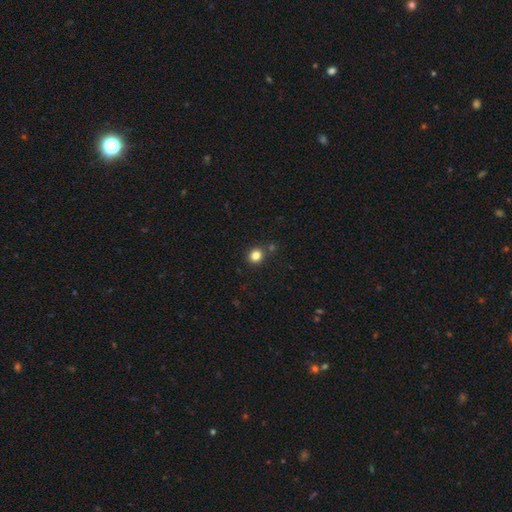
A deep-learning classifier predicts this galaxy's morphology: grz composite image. It shows a smooth galaxy with no disk features (82%) that is round (83%). Merging: none (81%).